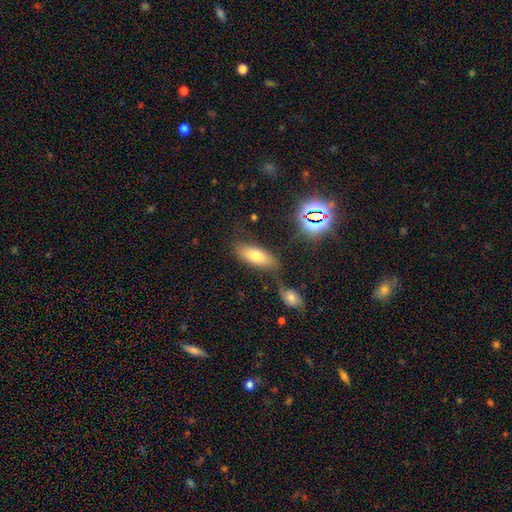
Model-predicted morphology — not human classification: smooth 70%, featured or disk 16%, star or artifact 13%. Down the decision tree: how rounded — in between (80%); merging — none (65%).